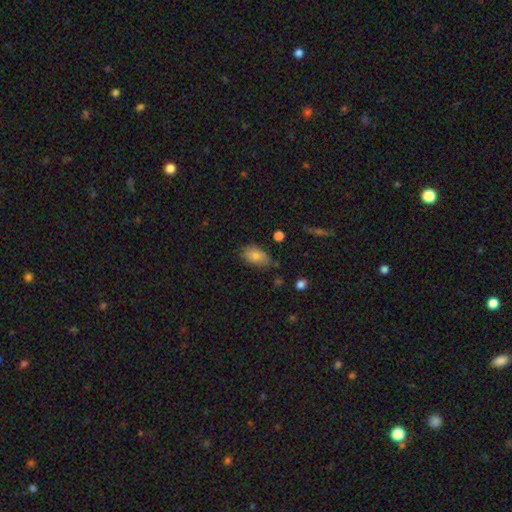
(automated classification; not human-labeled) Overall: smooth (79%). How rounded: in between (90%). Merging: none (70%).